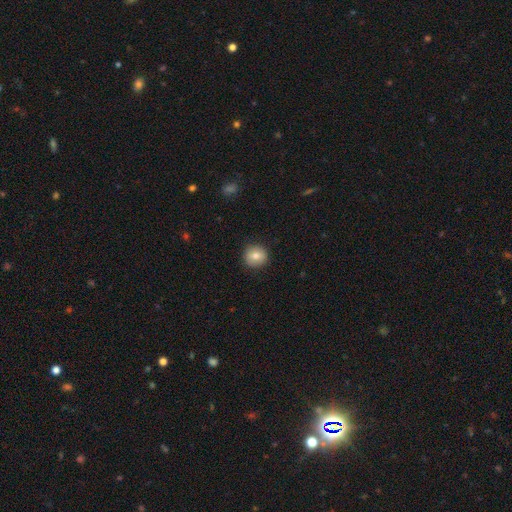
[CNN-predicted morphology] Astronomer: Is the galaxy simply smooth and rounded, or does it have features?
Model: smooth — 78%.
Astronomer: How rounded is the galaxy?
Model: round — 91%.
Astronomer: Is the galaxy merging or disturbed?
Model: none — 88%.